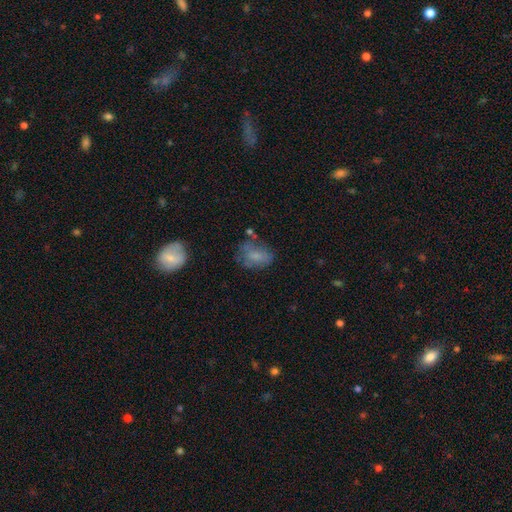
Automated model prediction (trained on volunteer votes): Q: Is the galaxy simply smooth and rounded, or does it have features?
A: smooth — 66%.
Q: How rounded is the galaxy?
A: in between — 72%.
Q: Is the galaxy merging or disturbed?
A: none — 49%.